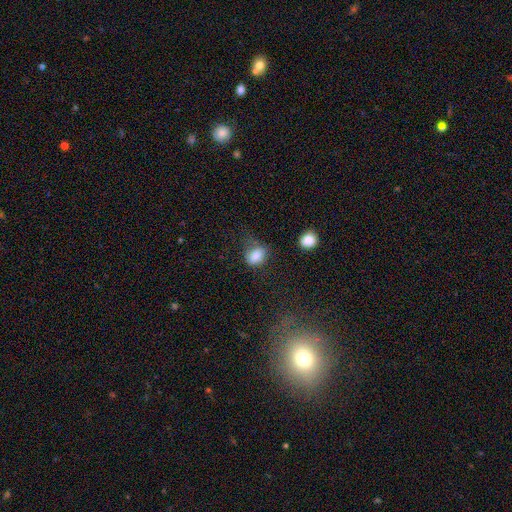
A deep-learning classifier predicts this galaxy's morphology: Smooth or featured? Predicted: smooth (p=0.81). How rounded? Predicted: in between (p=0.58). Merging? Predicted: none (p=0.41).